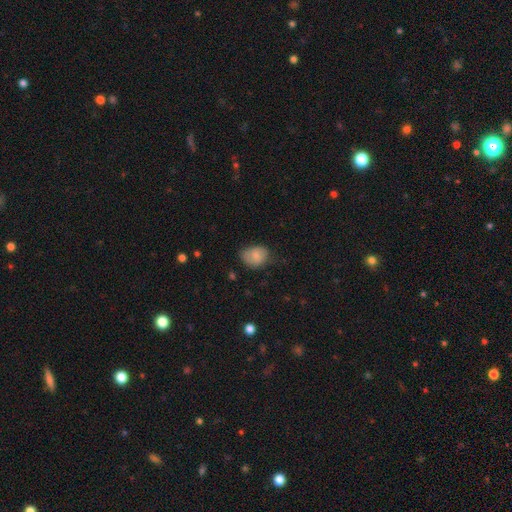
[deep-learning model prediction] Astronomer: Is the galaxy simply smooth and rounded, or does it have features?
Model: smooth — 80%.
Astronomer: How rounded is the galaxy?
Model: in between — 60% (runner-up: round, 39%).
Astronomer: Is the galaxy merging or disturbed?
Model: none — 59%.